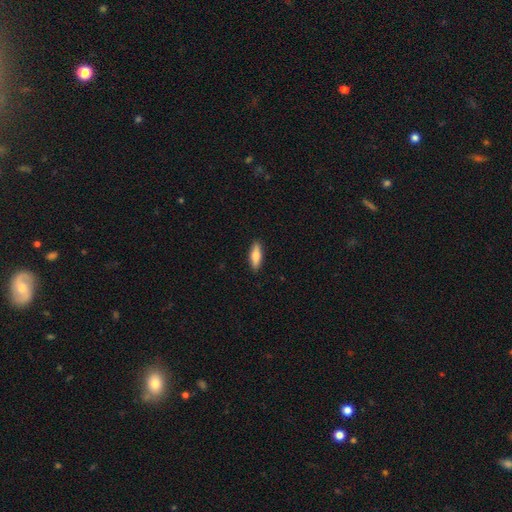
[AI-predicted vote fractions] This appears to be a smooth galaxy with no disk features (74%) that is in between round and cigar-shaped (50%). Merging: none (90%).